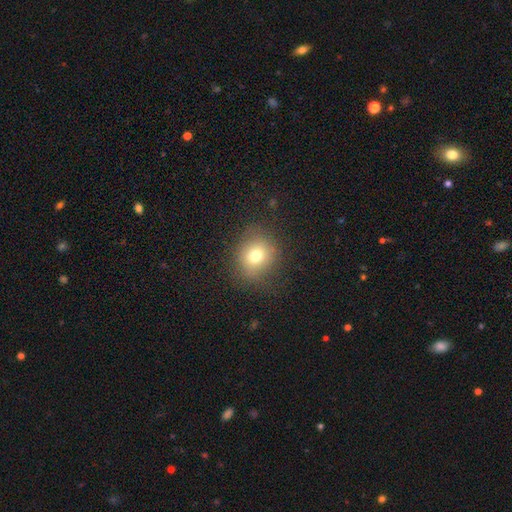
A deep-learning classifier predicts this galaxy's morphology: This is likely a smooth galaxy (73%). How rounded: likely round (74%). Merging: likely none (80%).